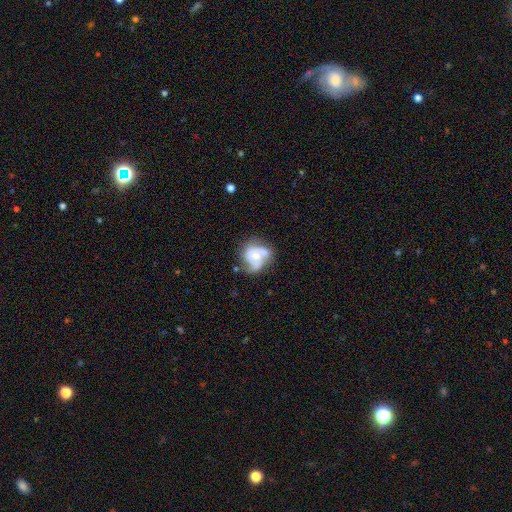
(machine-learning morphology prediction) The model was most divided on "merging": none: 37%, minor disturbance: 26%, major disturbance: 19%, merger: 19%. More confident: edge-on disk — no (98%); bar — no (77%); spiral arms — yes (67%); smooth or featured — featured or disk (62%); bulge size — moderate (54%).